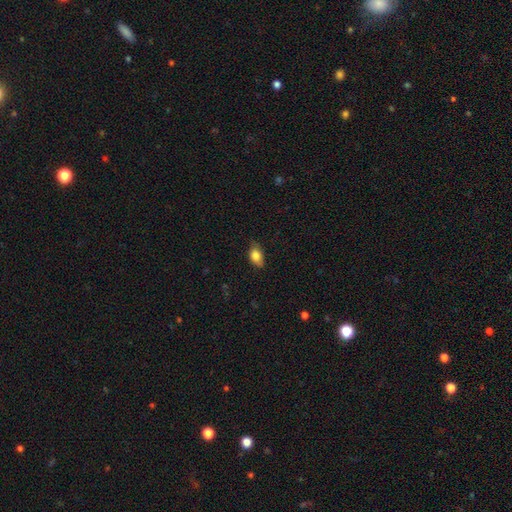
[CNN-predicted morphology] This is clearly a smooth galaxy (81%). How rounded: clearly in between (87%). Merging: likely none (73%).